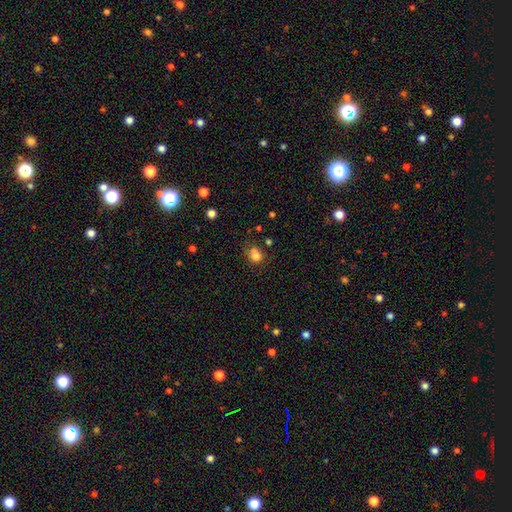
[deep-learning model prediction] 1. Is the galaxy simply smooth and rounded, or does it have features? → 76% smooth, 14% star or artifact, 10% featured or disk.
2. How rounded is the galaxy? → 63% round, 36% in between, 1% cigar-shaped.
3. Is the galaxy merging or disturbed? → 46% none, 24% merger, 20% minor disturbance, 9% major disturbance.